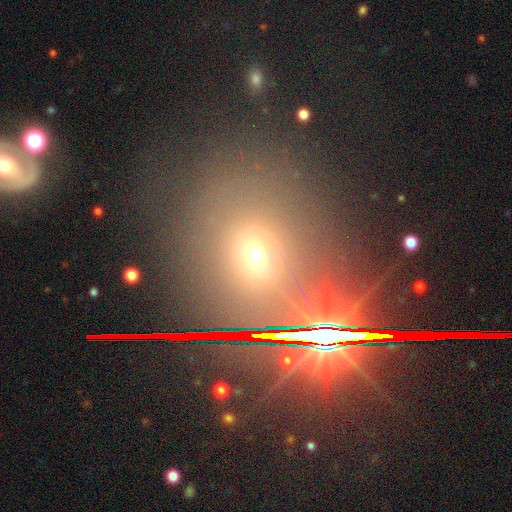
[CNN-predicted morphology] This is possibly a smooth galaxy (57%). How rounded: possibly round (56%). Merging: likely none (72%).